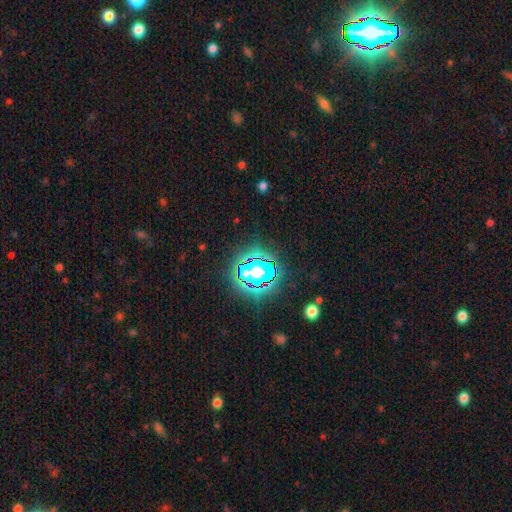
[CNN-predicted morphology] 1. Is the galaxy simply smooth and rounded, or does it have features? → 79% star or artifact, 13% smooth, 8% featured or disk.